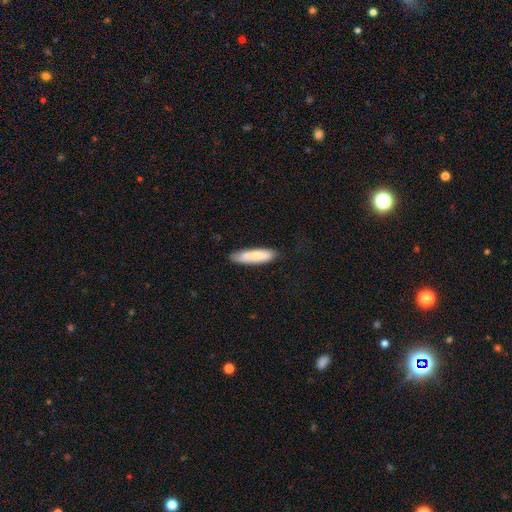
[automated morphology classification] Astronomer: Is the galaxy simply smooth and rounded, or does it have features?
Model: smooth — 77%.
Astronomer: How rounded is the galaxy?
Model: cigar-shaped — 64%.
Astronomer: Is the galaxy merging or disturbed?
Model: none — 76%.